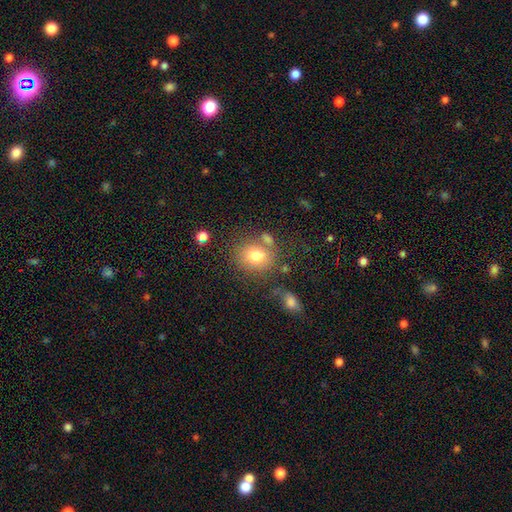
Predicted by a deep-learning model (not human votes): This is likely a smooth galaxy (74%). How rounded: likely round (65%). Merging: possibly none (59%).